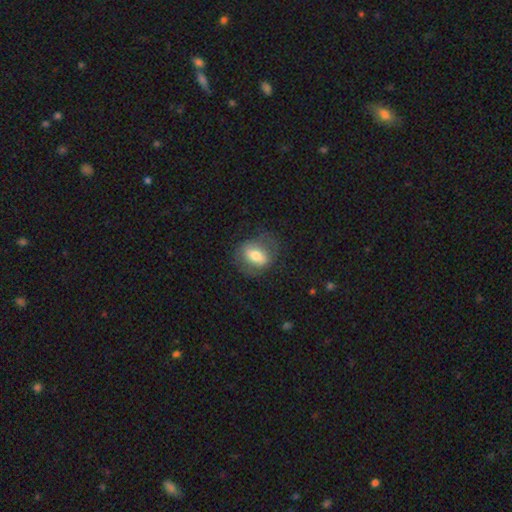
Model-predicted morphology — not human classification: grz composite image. It shows a smooth galaxy with no disk features (57%) that is in between round and cigar-shaped (60%). Merging: none (66%).